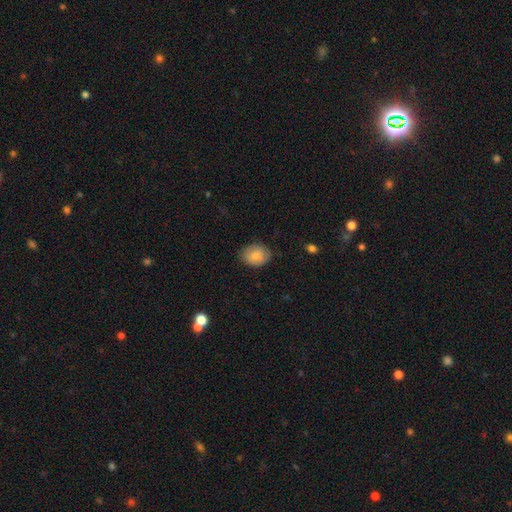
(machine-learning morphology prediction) Smooth or featured: smooth — 84% (featured or disk — 9%)
How rounded: in between — 62% (round — 37%)
Merging: none — 81% (minor disturbance — 15%)